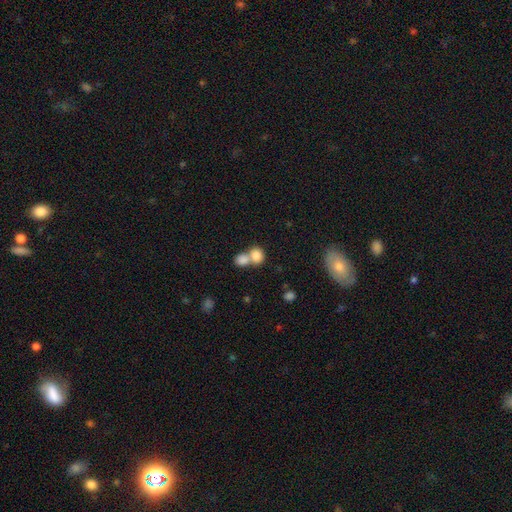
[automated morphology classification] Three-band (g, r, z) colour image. It shows a smooth galaxy with no disk features (83%) that is round (56%). Merging: merger (66%).